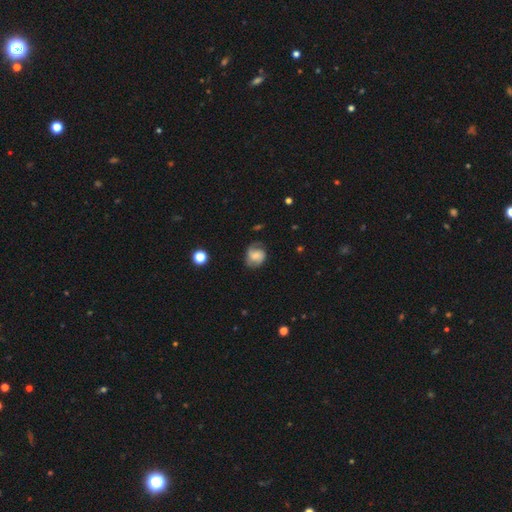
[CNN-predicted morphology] featured or disk 58%, smooth 33%, star or artifact 8%. Down the decision tree: edge-on disk — no (97%); bar — no (57%); spiral arms — yes (91%); spiral arm count — 2 (64%); spiral winding — medium (43%); bulge size — small (42%); merging — none (61%).